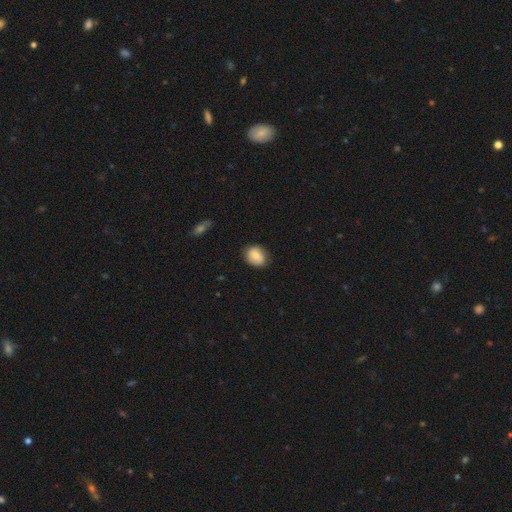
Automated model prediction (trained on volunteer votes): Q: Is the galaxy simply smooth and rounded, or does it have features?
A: smooth — 78%.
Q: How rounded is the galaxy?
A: round — 54%.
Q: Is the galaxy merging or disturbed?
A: none — 79%.